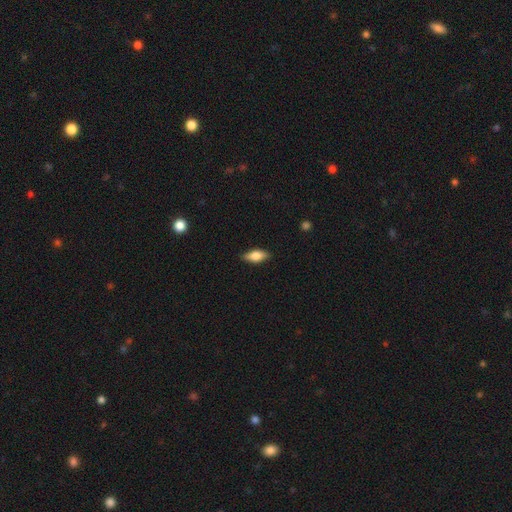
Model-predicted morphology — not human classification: This appears to be a smooth galaxy with no disk features (69%) that is in between round and cigar-shaped (78%). Merging: none (85%).